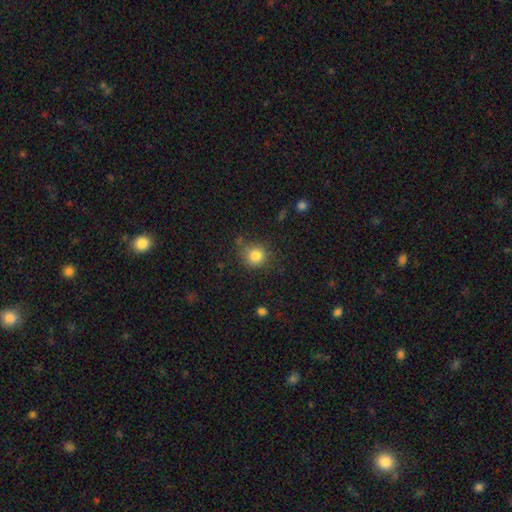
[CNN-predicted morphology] Q: Smooth or featured?
A: smooth (83%); runner-up: star or artifact (11%)
Q: How rounded?
A: round (88%); runner-up: in between (11%)
Q: Merging?
A: none (72%); runner-up: minor disturbance (18%)